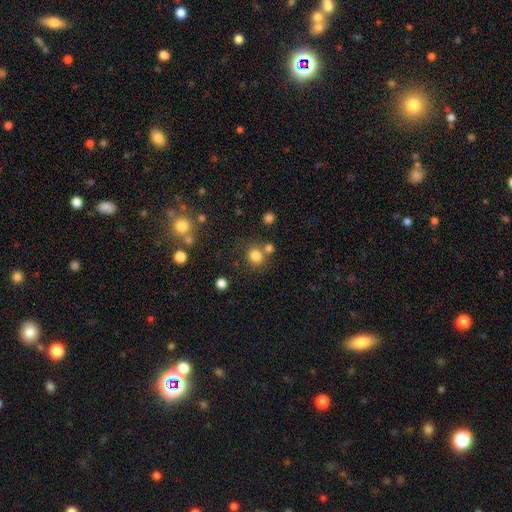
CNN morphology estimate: This is clearly a smooth galaxy (80%). How rounded: clearly round (86%). Merging: likely none (69%).